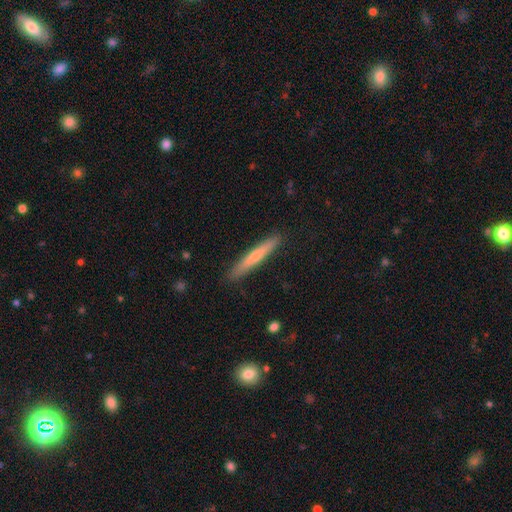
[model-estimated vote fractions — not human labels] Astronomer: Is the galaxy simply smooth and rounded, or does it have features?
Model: smooth — 65%.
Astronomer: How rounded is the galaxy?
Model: cigar-shaped — 95%.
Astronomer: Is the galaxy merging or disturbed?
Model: none — 90%.